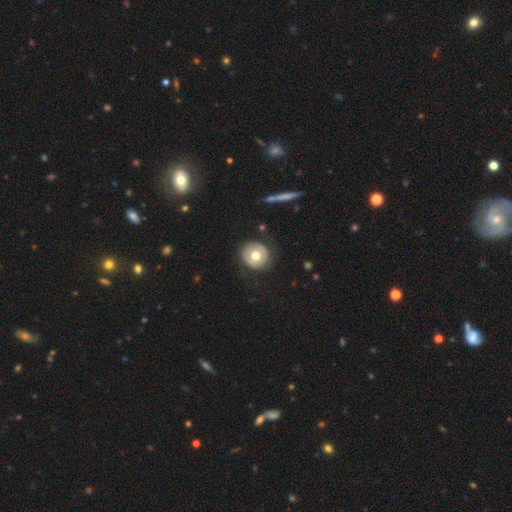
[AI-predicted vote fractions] This is likely a smooth galaxy (62%). How rounded: clearly round (89%). Merging: clearly none (84%).